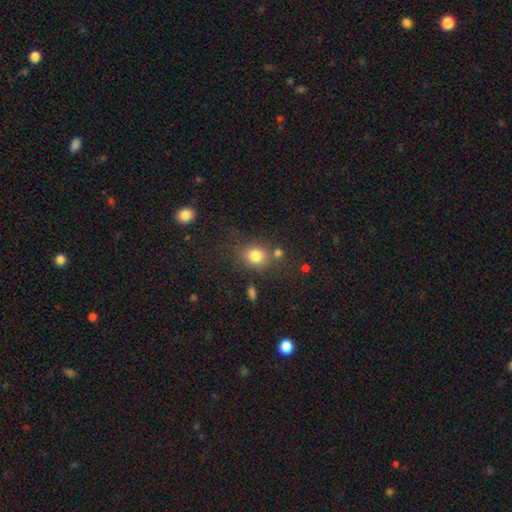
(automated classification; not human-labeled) This is clearly a smooth galaxy (81%). How rounded: likely round (68%). Merging: likely none (67%).